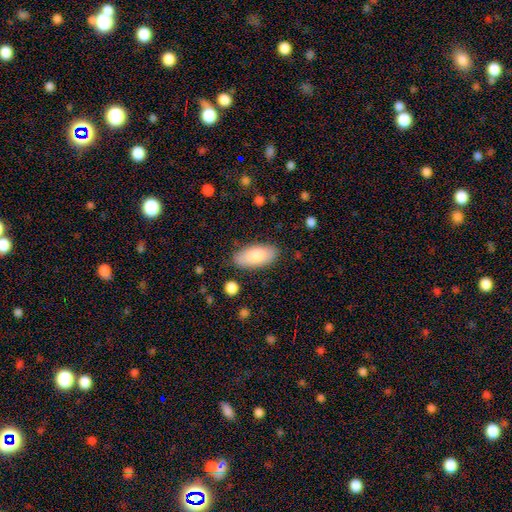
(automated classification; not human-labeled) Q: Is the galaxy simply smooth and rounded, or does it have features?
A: smooth — 82%.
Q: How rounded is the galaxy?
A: in between — 91%.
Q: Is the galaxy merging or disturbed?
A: none — 84%.